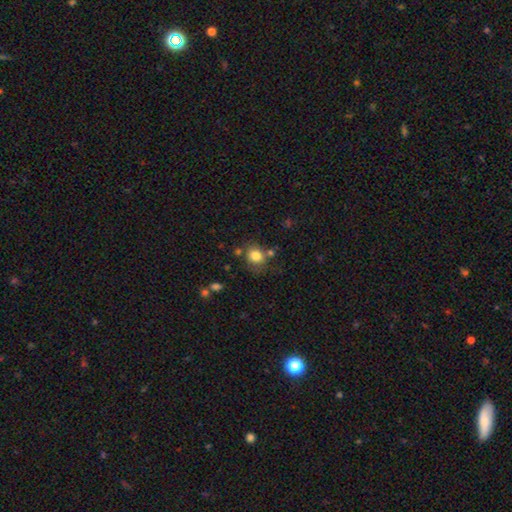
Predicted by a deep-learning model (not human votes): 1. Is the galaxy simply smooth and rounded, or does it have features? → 81% smooth, 11% star or artifact, 8% featured or disk.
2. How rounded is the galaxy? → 69% round, 30% in between, 1% cigar-shaped.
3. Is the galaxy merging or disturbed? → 68% none, 16% minor disturbance, 11% merger, 6% major disturbance.